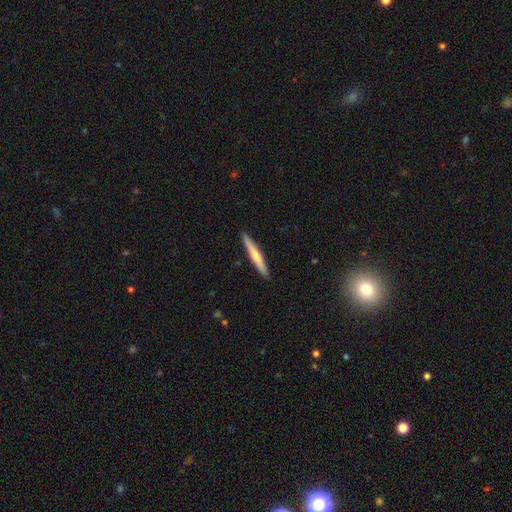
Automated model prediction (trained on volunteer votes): Smooth or featured: smooth — 57% (featured or disk — 38%)
How rounded: cigar-shaped — 95% (in between — 4%)
Merging: none — 92% (minor disturbance — 6%)